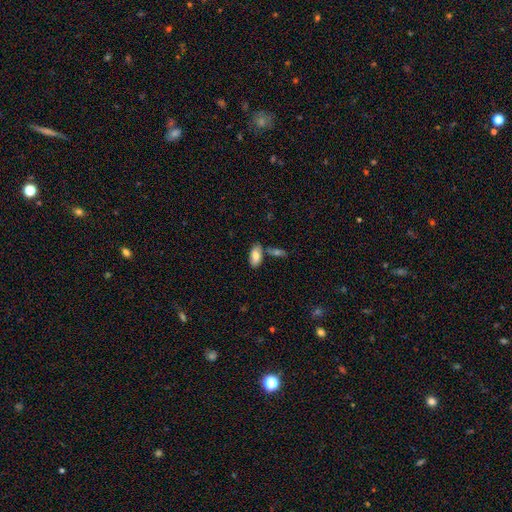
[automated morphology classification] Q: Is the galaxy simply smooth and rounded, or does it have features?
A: smooth — 78%.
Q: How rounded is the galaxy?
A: in between — 91%.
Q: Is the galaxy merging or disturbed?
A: none — 64%.